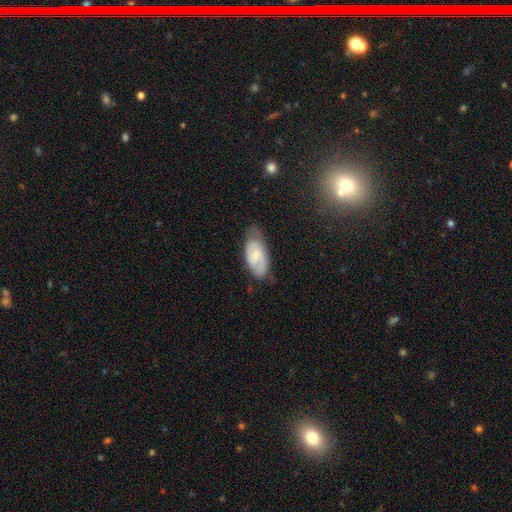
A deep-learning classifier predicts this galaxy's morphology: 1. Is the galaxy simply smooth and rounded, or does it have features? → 48% featured or disk, 45% smooth, 7% star or artifact.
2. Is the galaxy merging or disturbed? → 62% none, 29% minor disturbance, 8% major disturbance, 2% merger.